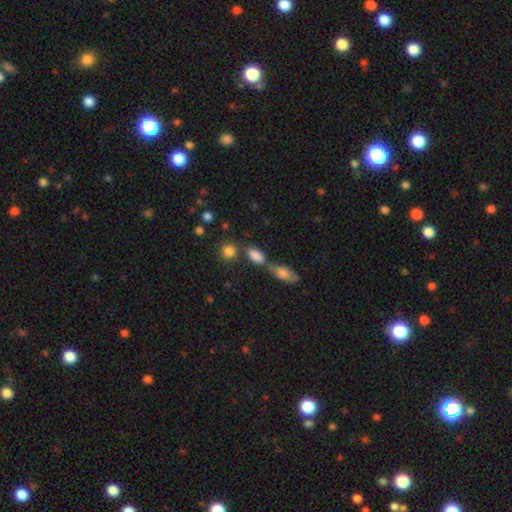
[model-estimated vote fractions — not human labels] smooth 83%, star or artifact 10%, featured or disk 7%. Down the decision tree: how rounded — in between (77%); merging — none (54%).